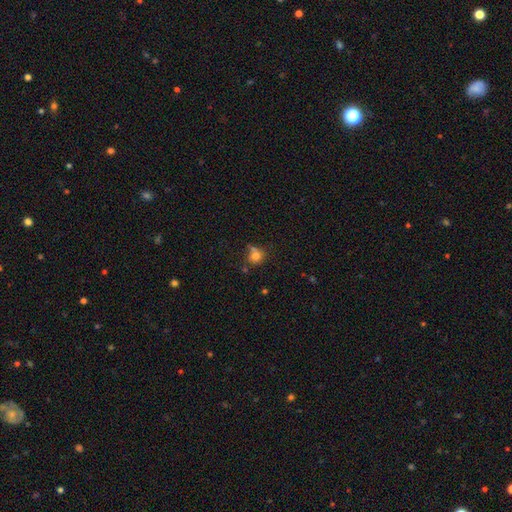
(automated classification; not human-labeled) Smooth or featured? Predicted: smooth (p=0.76). How rounded? Predicted: round (p=0.84). Merging? Predicted: none (p=0.55).